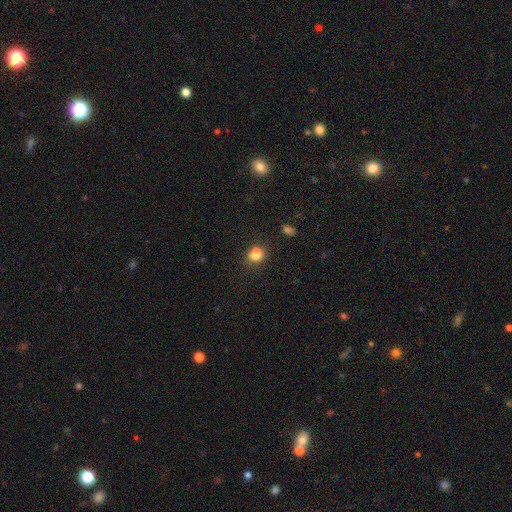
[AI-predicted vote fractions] Smooth or featured? smooth (76%)
How rounded? round (65%)
Merging? none (47%)